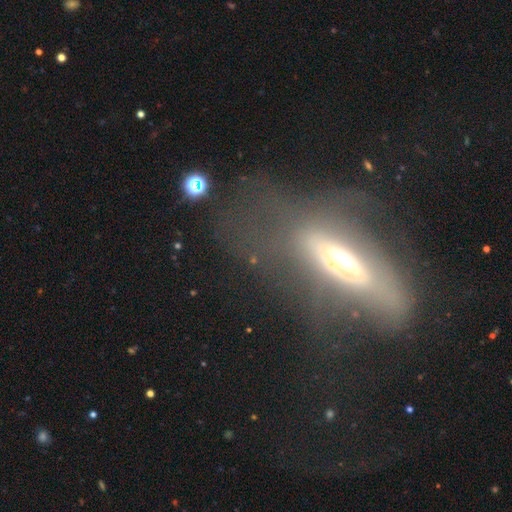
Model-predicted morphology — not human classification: Overall: featured or disk (58%; smooth 30%). Edge-on disk: no (58%; yes 42%). Merging: major disturbance (44%; none 33%).